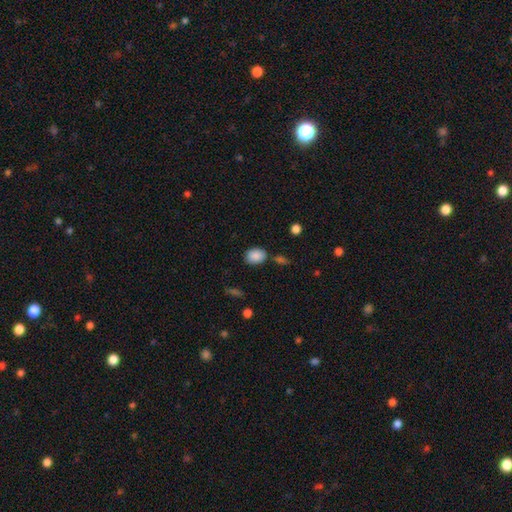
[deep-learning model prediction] Overall: smooth (88%). How rounded: in between (68%; round 30%). Merging: none (77%).